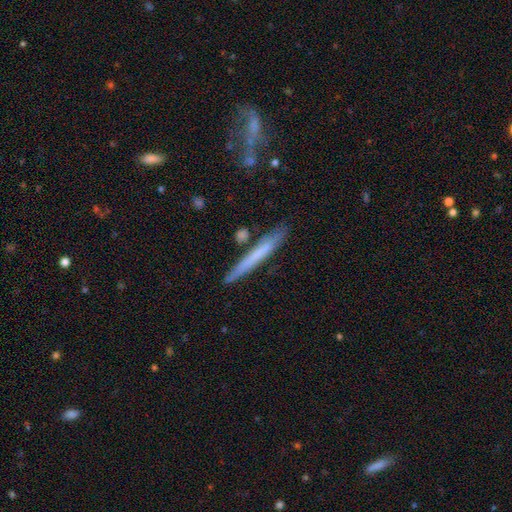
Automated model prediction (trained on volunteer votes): A smooth galaxy with no disk features (58%) that is cigar-shaped (96%). Merging: none (83%).